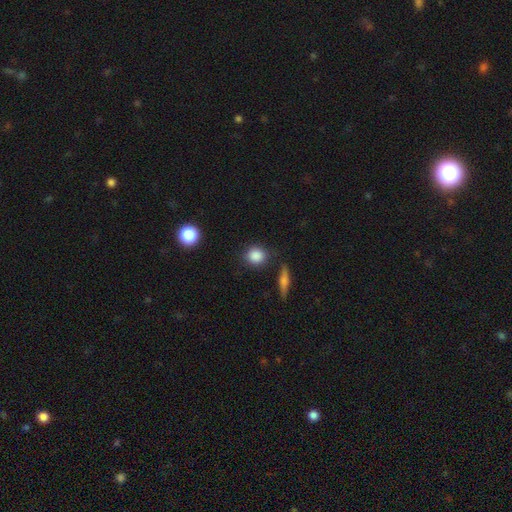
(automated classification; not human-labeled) Smooth or featured?
  - smooth: 86% *
  - star or artifact: 9%
  - featured or disk: 5%
How rounded?
  - round: 82% *
  - in between: 16%
  - cigar-shaped: 2%
Merging?
  - none: 81% *
  - minor disturbance: 12%
  - merger: 4%
  - major disturbance: 3%